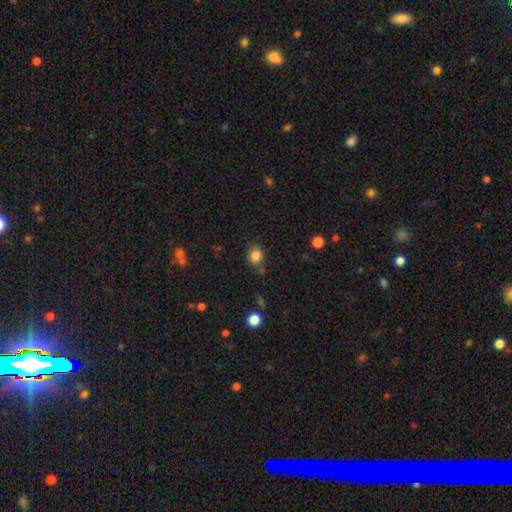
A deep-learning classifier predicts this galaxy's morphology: Smooth or featured? Predicted: smooth (p=0.84). How rounded? Predicted: round (p=0.65). Merging? Predicted: none (p=0.75).